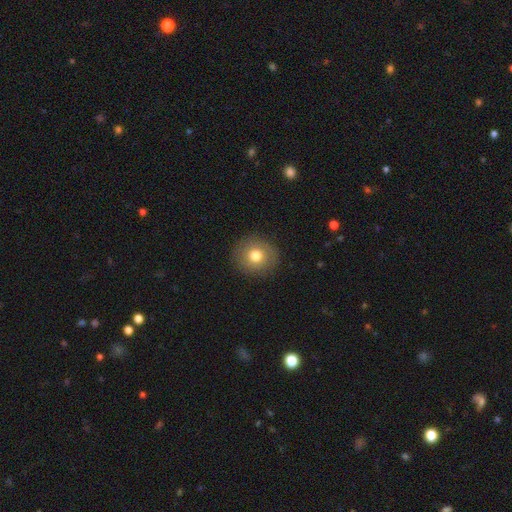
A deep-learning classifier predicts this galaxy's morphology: A smooth galaxy with no disk features (76%) that is round (90%).

Vote fractions:
- Smooth or featured? smooth: 76% / featured or disk: 13% / star or artifact: 11%
- How rounded? round: 90% / in between: 9% / cigar-shaped: 1%
- Merging? none: 90% / minor disturbance: 7% / major disturbance: 3% / merger: 1%